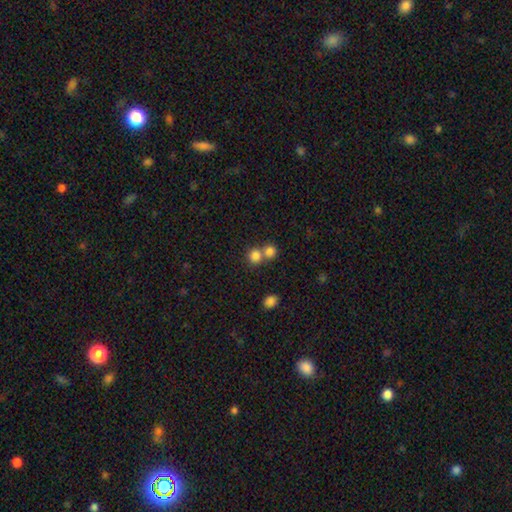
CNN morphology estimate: smooth-or-featured: smooth: 81% | star or artifact: 12% | featured or disk: 7%
  how-rounded: round: 87% | in between: 12% | cigar-shaped: 1%
  merging: none: 48% | merger: 44% | minor disturbance: 5% | major disturbance: 2%